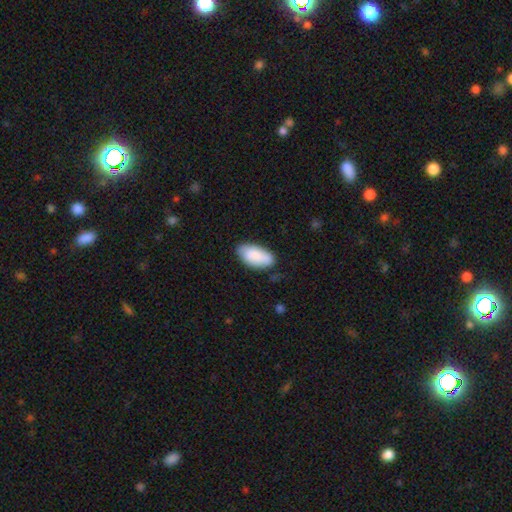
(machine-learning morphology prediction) Overall: smooth (83%). How rounded: in between (94%). Merging: none (73%).